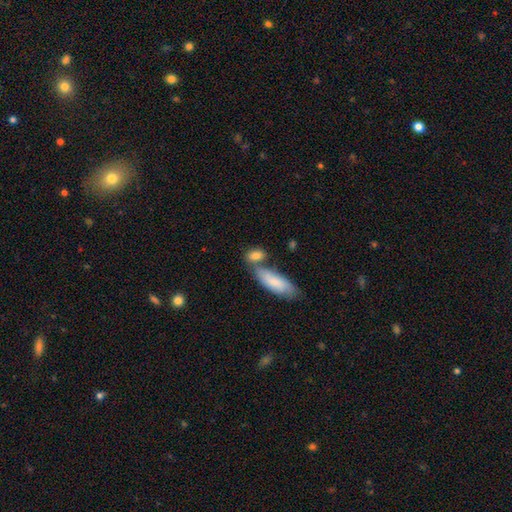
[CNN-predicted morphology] This appears to be a smooth galaxy with no disk features (81%) that is in between round and cigar-shaped (74%). Merging: none (50%).